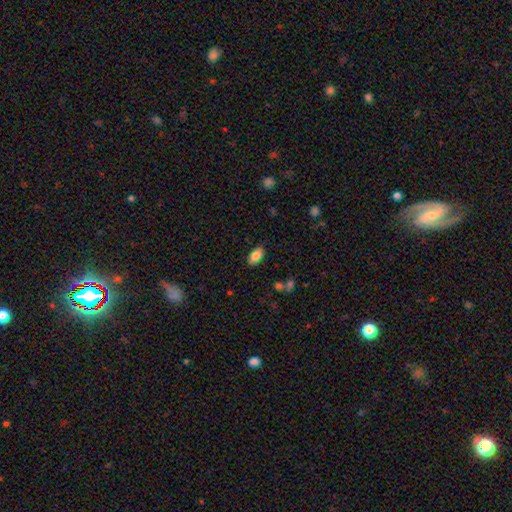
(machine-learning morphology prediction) type=smooth (84%); roundness=in between (93%); merging=none (86%).